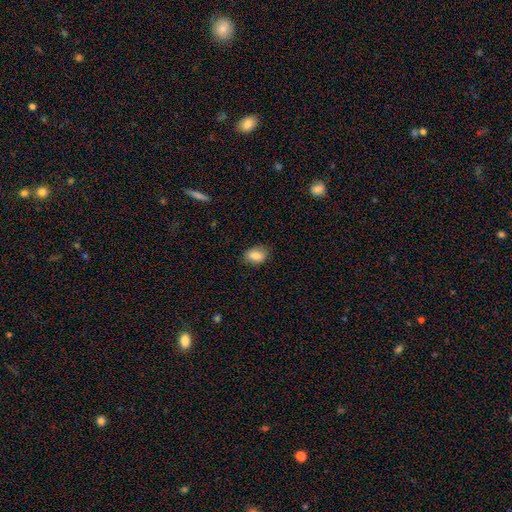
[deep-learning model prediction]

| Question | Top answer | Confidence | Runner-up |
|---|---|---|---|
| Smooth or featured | smooth | 82% | featured or disk (10%) |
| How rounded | in between | 81% | round (17%) |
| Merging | none | 80% | minor disturbance (16%) |